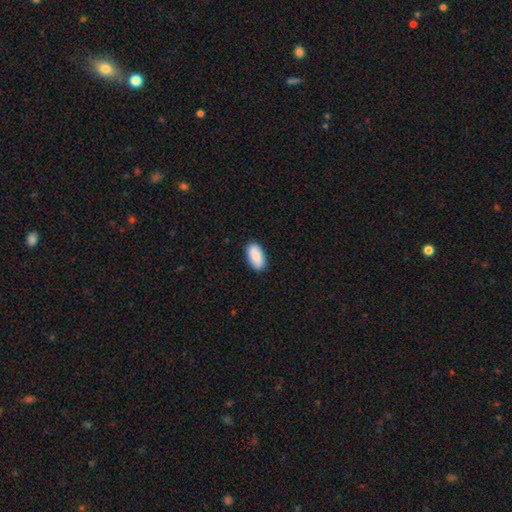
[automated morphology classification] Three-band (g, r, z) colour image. It shows a smooth galaxy with no disk features (88%) that is in between round and cigar-shaped (93%). Merging: none (88%).